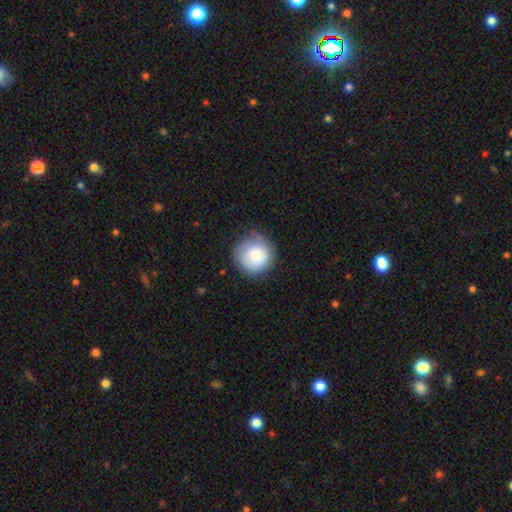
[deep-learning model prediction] Smooth or featured: smooth — 77% (featured or disk — 15%)
How rounded: round — 94% (in between — 5%)
Merging: none — 69% (minor disturbance — 23%)